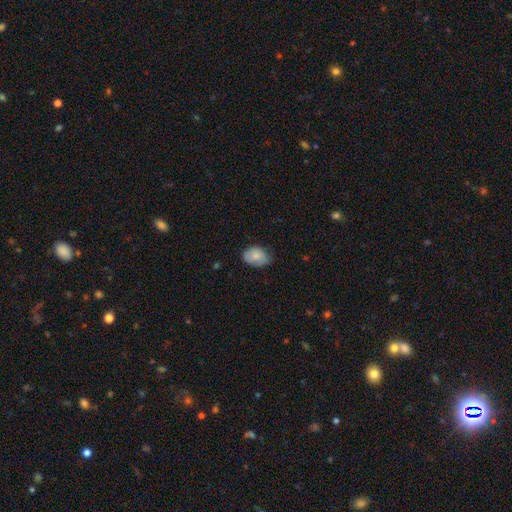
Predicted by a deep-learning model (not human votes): This appears to be a smooth galaxy with no disk features (81%) that is in between round and cigar-shaped (81%). Merging: none (64%).